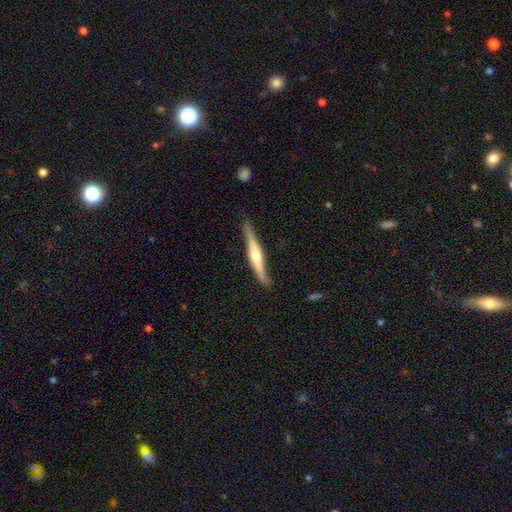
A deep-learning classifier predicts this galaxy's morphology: featured or disk 66%, smooth 29%, star or artifact 5%. Down the decision tree: edge-on disk — yes (94%); edge-on bulge — rounded (81%); merging — none (75%).